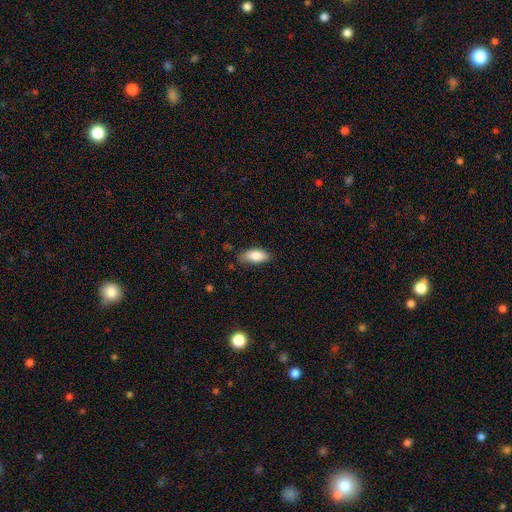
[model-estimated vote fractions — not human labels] A smooth galaxy with no disk features (85%) that is in between round and cigar-shaped (88%). Merging: none (72%).